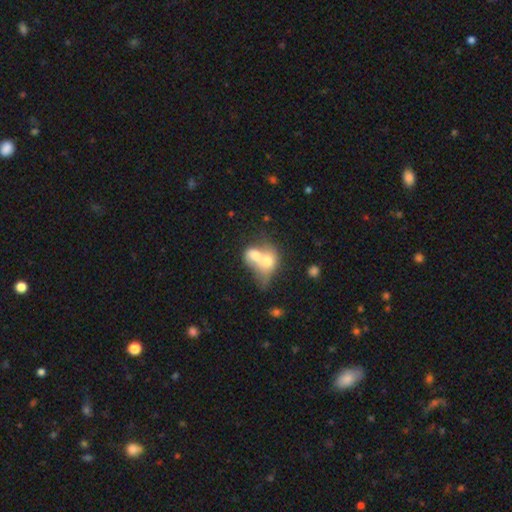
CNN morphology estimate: Smooth or featured? Predicted: smooth (p=0.61). How rounded? Predicted: in between (p=0.60). Merging? Predicted: merger (p=0.82).